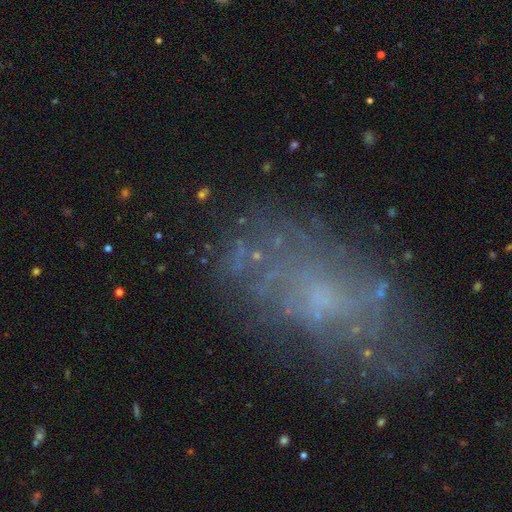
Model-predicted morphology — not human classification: Smooth or featured? featured or disk (49%)
Merging? none (58%)